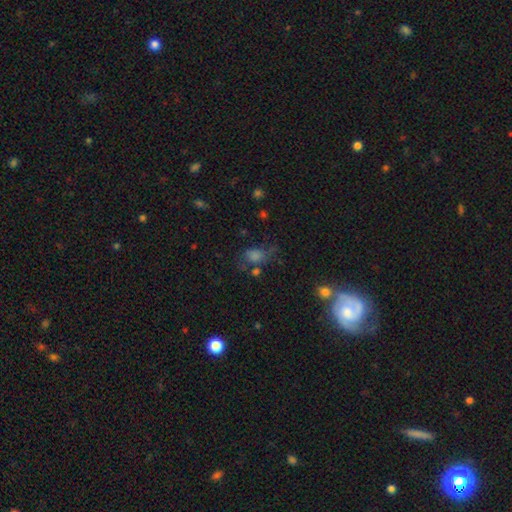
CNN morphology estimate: smooth-or-featured: smooth: 58% | star or artifact: 26% | featured or disk: 16%
  how-rounded: in between: 60% | round: 37% | cigar-shaped: 3%
  merging: none: 47% | minor disturbance: 24% | major disturbance: 20% | merger: 9%